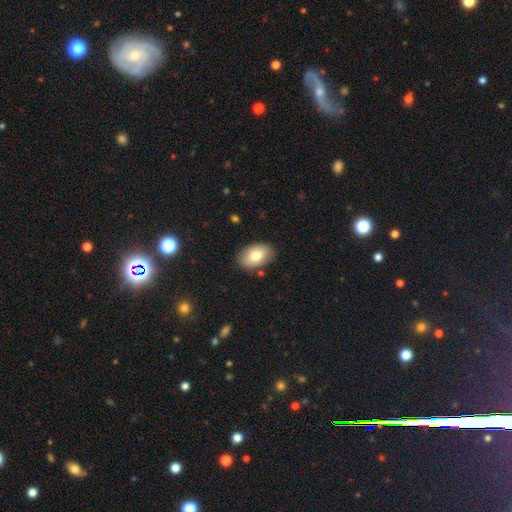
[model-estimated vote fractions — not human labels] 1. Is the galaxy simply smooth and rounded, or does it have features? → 78% smooth, 15% featured or disk, 7% star or artifact.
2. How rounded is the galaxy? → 90% in between, 9% round, 1% cigar-shaped.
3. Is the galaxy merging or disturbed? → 85% none, 11% minor disturbance, 2% major disturbance, 2% merger.